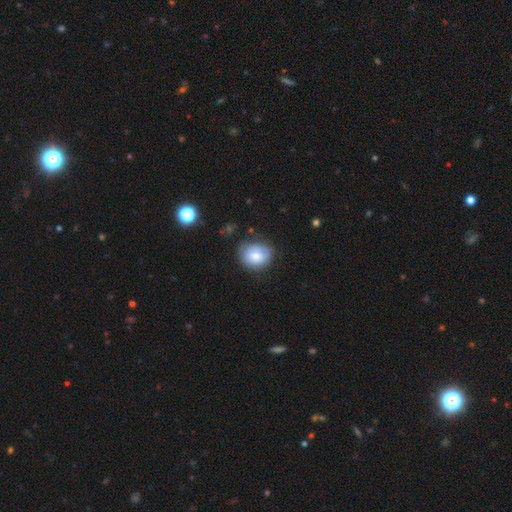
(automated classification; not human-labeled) This appears to be a smooth galaxy with no disk features (79%) that is round (73%). Merging: none (70%).